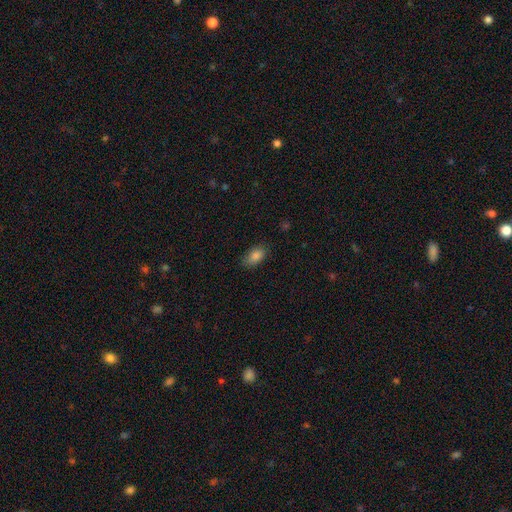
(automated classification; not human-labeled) Smooth or featured? smooth (86%)
How rounded? in between (92%)
Merging? none (80%)